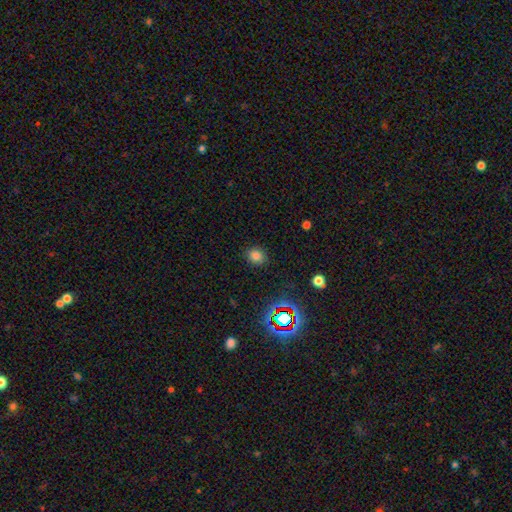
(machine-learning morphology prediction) The model was most divided on "how rounded": round: 73%, in between: 26%, cigar-shaped: 1%. More confident: merging — none (86%); smooth or featured — smooth (78%).